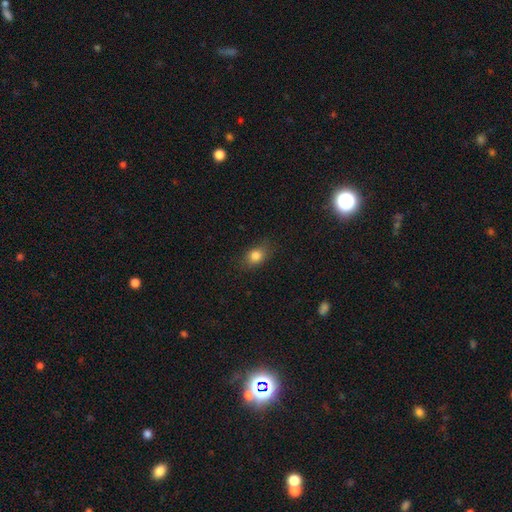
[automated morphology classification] smooth_or_featured: smooth (p=0.82) [alt: star or artifact p=0.11]
how_rounded: in between (p=0.62) [alt: round p=0.36]
merging: none (p=0.80) [alt: minor disturbance p=0.15]